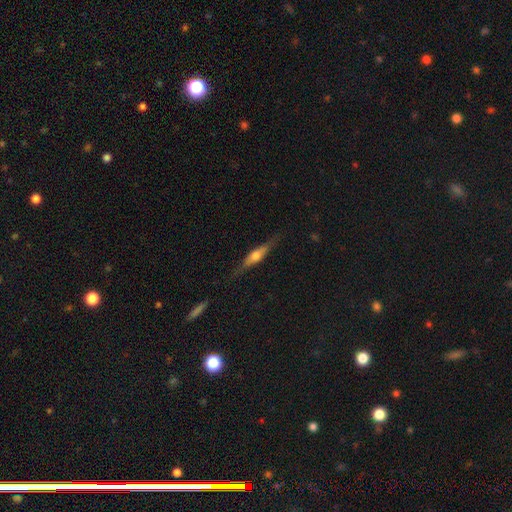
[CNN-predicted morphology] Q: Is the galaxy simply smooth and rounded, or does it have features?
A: featured or disk — 62%.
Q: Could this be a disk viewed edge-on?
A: yes — 95%.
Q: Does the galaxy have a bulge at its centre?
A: rounded — 87%.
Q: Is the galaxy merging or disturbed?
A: none — 82%.